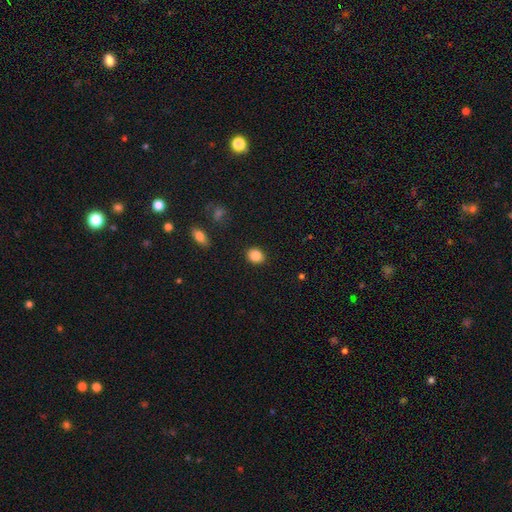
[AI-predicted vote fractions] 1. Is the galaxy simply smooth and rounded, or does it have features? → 86% smooth, 9% star or artifact, 5% featured or disk.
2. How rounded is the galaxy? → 58% round, 41% in between, 1% cigar-shaped.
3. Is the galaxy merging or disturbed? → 89% none, 7% minor disturbance, 2% major disturbance, 1% merger.